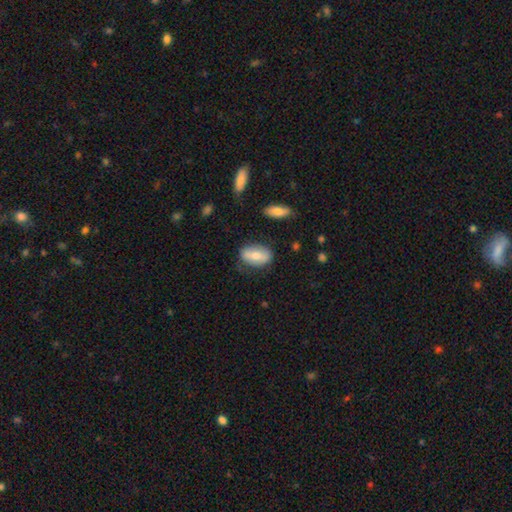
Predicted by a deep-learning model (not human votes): The model was most divided on "smooth or featured": smooth: 65%, featured or disk: 28%, star or artifact: 7%. More confident: how rounded — in between (88%); merging — none (72%).